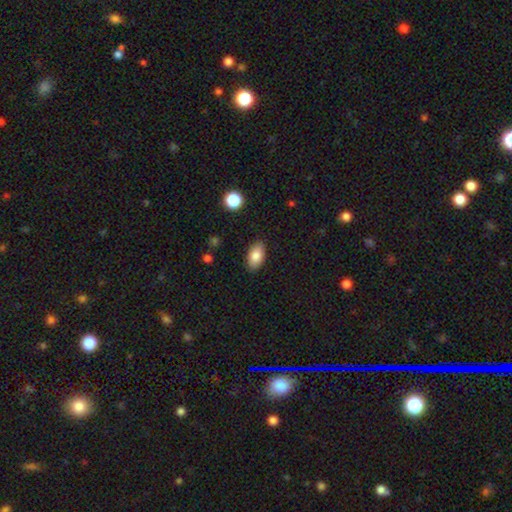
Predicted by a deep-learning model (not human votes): Morphology: type=smooth (83%); roundness=in between (92%); merging=none (86%).